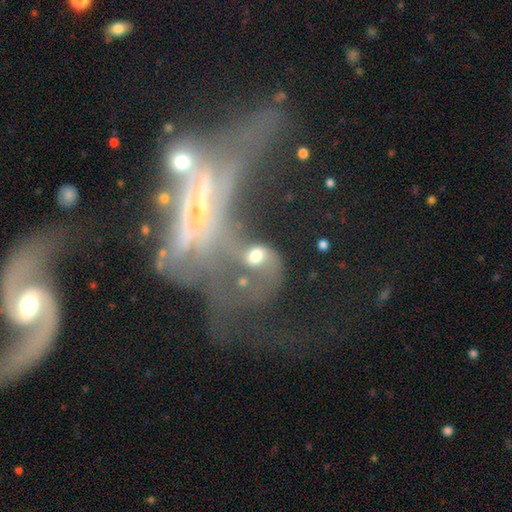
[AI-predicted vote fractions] smooth-or-featured: featured or disk: 45% | smooth: 37% | star or artifact: 18%
  merging: merger: 49% | major disturbance: 22% | none: 19% | minor disturbance: 10%